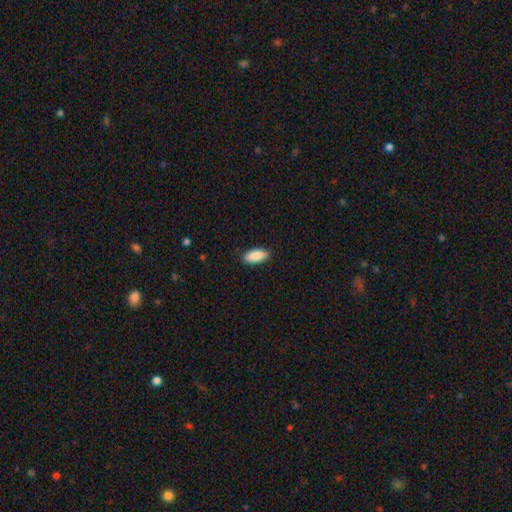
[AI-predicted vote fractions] Overall: smooth (90%). How rounded: in between (88%). Merging: none (89%).